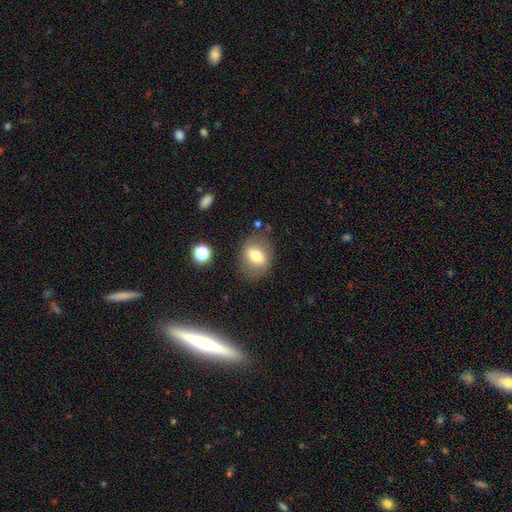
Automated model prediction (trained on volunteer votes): A smooth galaxy with no disk features (69%) that is in between round and cigar-shaped (55%). Merging: none (77%).